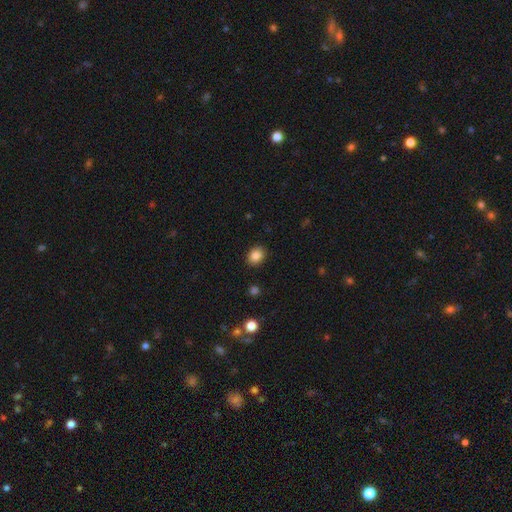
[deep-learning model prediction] The model was most divided on "how rounded": in between: 52%, round: 47%, cigar-shaped: 1%. More confident: merging — none (89%); smooth or featured — smooth (85%).